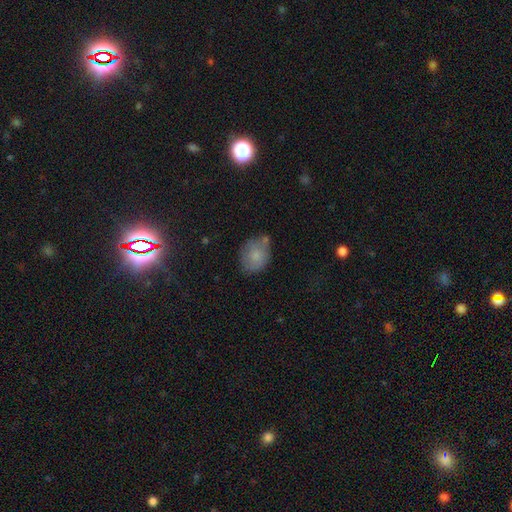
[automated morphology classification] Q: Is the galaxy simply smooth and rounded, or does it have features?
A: smooth — 79%.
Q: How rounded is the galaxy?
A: in between — 54%.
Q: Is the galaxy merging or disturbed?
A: none — 60%.